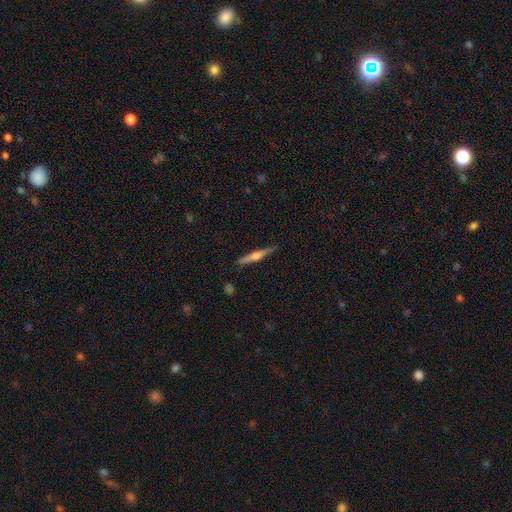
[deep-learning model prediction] featured or disk 67%, smooth 27%, star or artifact 6%. Down the decision tree: edge-on disk — yes (98%); edge-on bulge — rounded (82%); merging — none (89%).